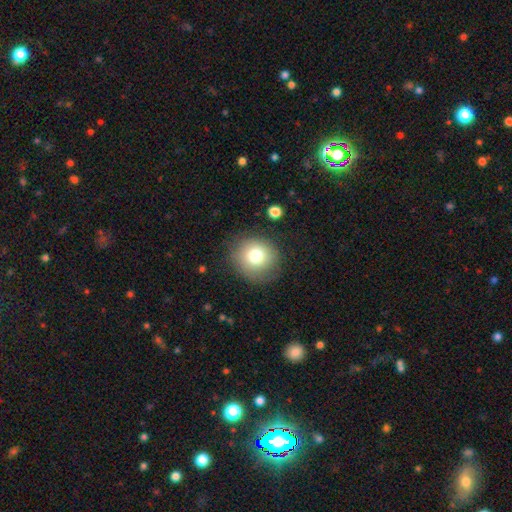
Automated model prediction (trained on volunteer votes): Q: Smooth or featured?
A: smooth (77%); runner-up: featured or disk (12%)
Q: How rounded?
A: round (87%); runner-up: in between (12%)
Q: Merging?
A: none (80%); runner-up: minor disturbance (13%)